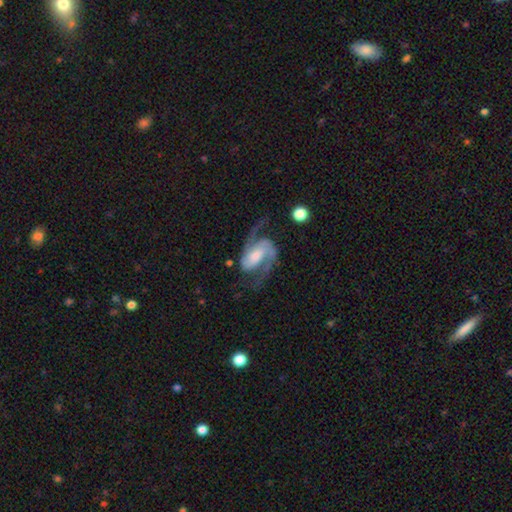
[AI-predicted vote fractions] A featured or disk galaxy (91%) with a weak bar (39%), 2 (93%) medium (53%) spiral arms (98%) and a moderate central bulge (34%).

Vote fractions:
- Smooth or featured? featured or disk: 91% / smooth: 5% / star or artifact: 4%
- Edge-on disk? no: 98% / yes: 2%
- Bar? weak: 39% / no: 36% / strong: 25%
- Spiral arms? yes: 98% / no: 2%
- Spiral winding? medium: 53% / loose: 32% / tight: 15%
- Spiral arm count? 2: 93% / 1: 2% / 3: 2% / can't tell: 2% / 4: 1% / more than 4: 1%
- Bulge size? moderate: 34% / small: 29% / large: 21% / none: 13% / dominant: 4%
- Merging? none: 65% / minor disturbance: 16% / major disturbance: 16% / merger: 2%